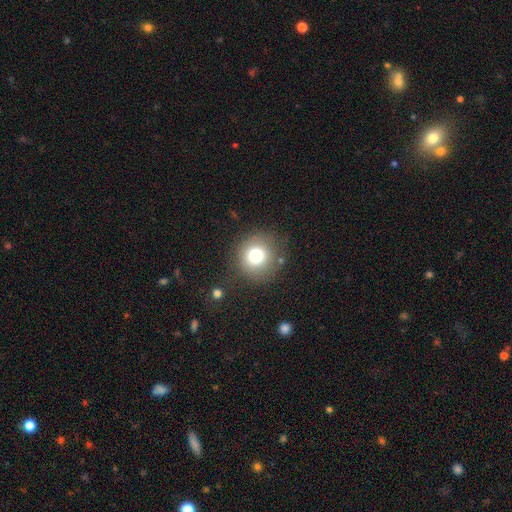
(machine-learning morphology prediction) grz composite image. It shows a smooth galaxy with no disk features (76%) that is round (91%). Merging: none (82%).